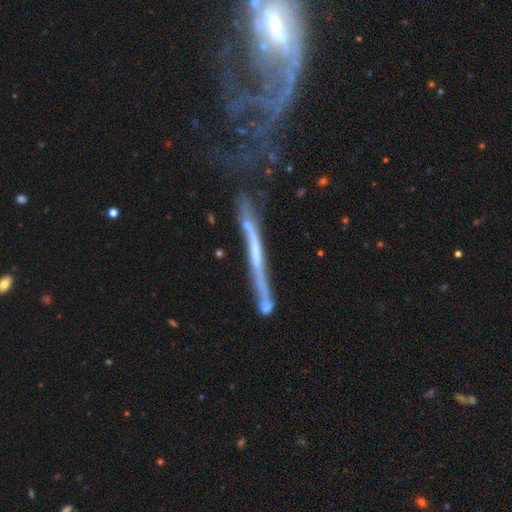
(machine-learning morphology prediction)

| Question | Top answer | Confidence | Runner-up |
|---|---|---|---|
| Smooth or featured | featured or disk | 69% | smooth (23%) |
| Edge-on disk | yes | 84% | no (16%) |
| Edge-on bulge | none | 80% | rounded (13%) |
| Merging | none | 42% | minor disturbance (23%) |